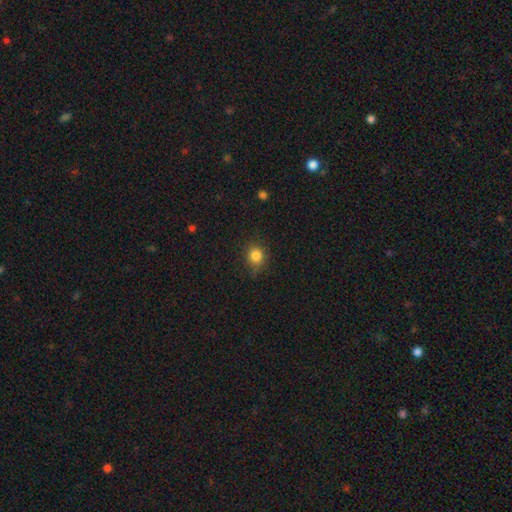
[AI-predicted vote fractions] Morphology: type=smooth (83%); roundness=round (83%); merging=none (77%).